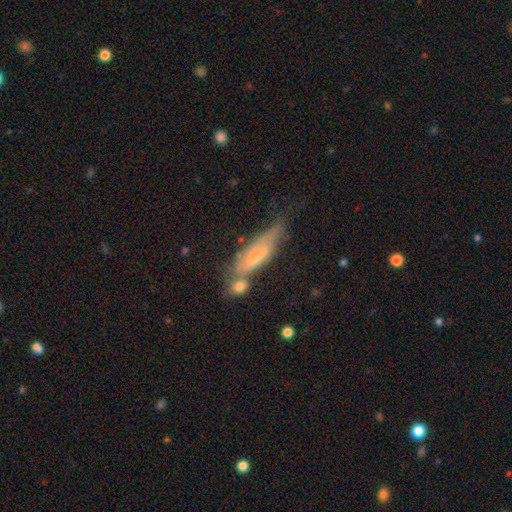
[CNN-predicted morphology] Q: Smooth or featured?
A: smooth (47%); runner-up: featured or disk (44%)
Q: Merging?
A: none (40%); runner-up: minor disturbance (25%)